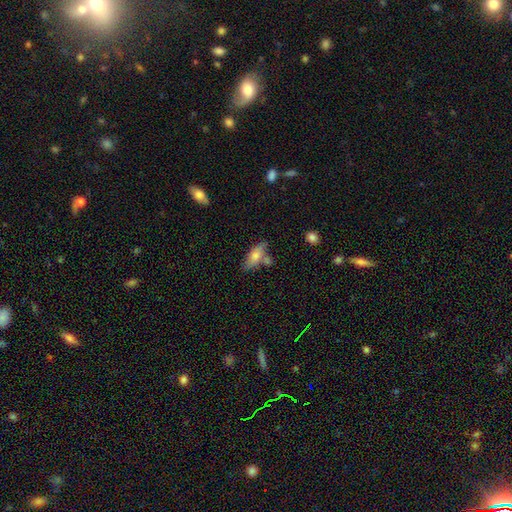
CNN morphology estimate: The model was most divided on "merging": none: 57%, minor disturbance: 20%, merger: 17%, major disturbance: 6%. More confident: how rounded — in between (73%); smooth or featured — smooth (70%).